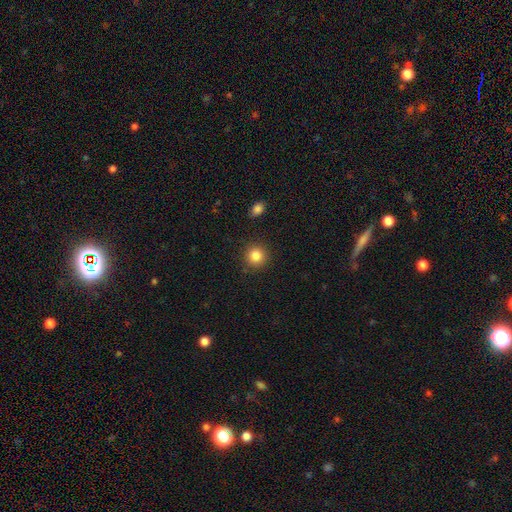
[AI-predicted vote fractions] smooth-or-featured: smooth: 85% | star or artifact: 10% | featured or disk: 5%
  how-rounded: round: 93% | in between: 6% | cigar-shaped: 1%
  merging: none: 89% | minor disturbance: 7% | major disturbance: 2% | merger: 2%